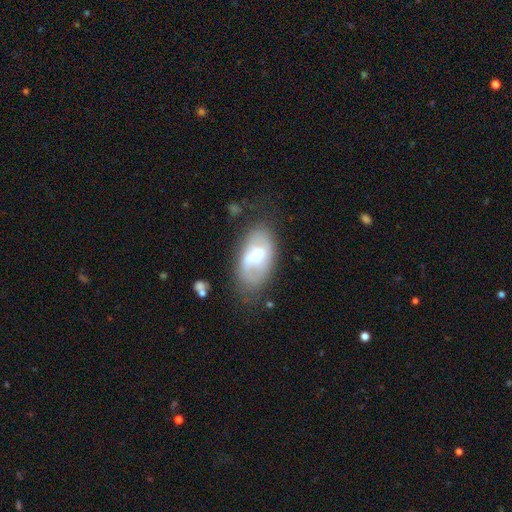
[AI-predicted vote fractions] A featured or disk galaxy (54%) with a weak bar (43%), spiral arms (56%) and a moderate central bulge (48%).

Vote fractions:
- Smooth or featured? featured or disk: 54% / smooth: 38% / star or artifact: 8%
- Edge-on disk? no: 93% / yes: 7%
- Bar? weak: 43% / no: 37% / strong: 20%
- Spiral arms? yes: 56% / no: 44%
- Bulge size? moderate: 48% / small: 24% / large: 18% / none: 8% / dominant: 2%
- Merging? none: 53% / minor disturbance: 25% / major disturbance: 14% / merger: 8%